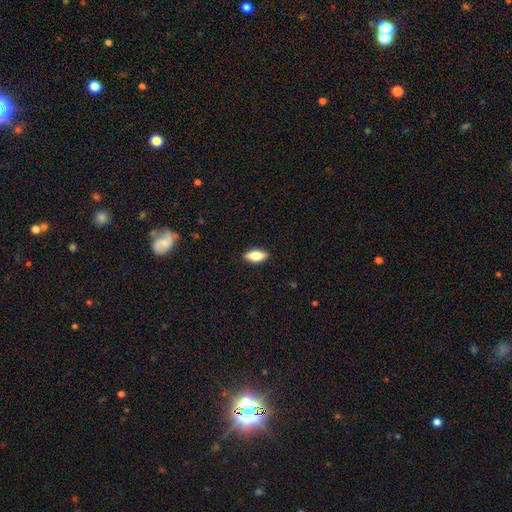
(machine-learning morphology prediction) Smooth or featured: smooth — 73% (featured or disk — 20%)
How rounded: in between — 82% (cigar-shaped — 15%)
Merging: none — 89% (minor disturbance — 9%)